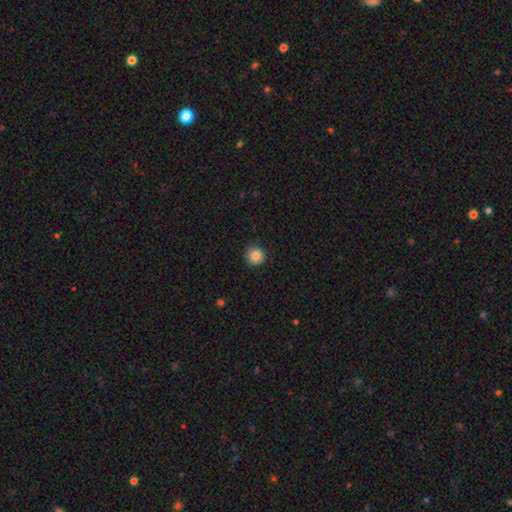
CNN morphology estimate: This is clearly a smooth galaxy (85%). How rounded: clearly round (94%). Merging: clearly none (88%).